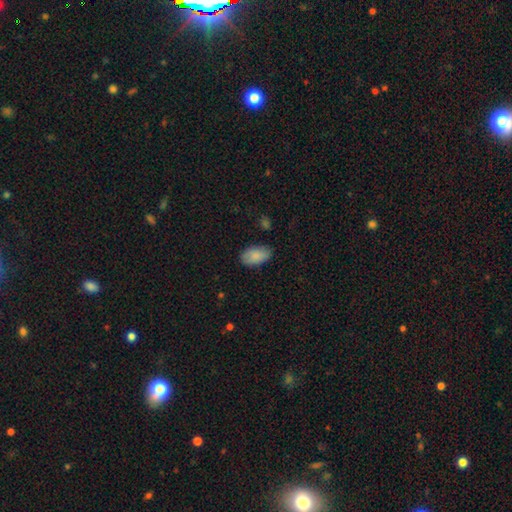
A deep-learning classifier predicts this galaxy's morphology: smooth-or-featured: smooth: 87% | featured or disk: 7% | star or artifact: 6%
  how-rounded: in between: 94% | round: 4% | cigar-shaped: 2%
  merging: none: 82% | minor disturbance: 14% | major disturbance: 3% | merger: 1%